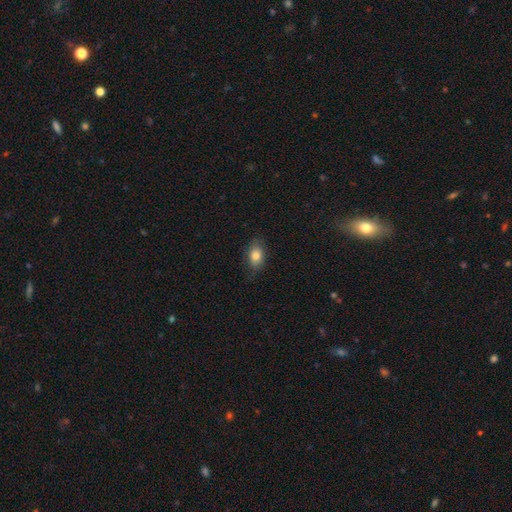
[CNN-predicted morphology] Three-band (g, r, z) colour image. It shows a smooth galaxy with no disk features (82%) that is in between round and cigar-shaped (84%). Merging: none (77%).